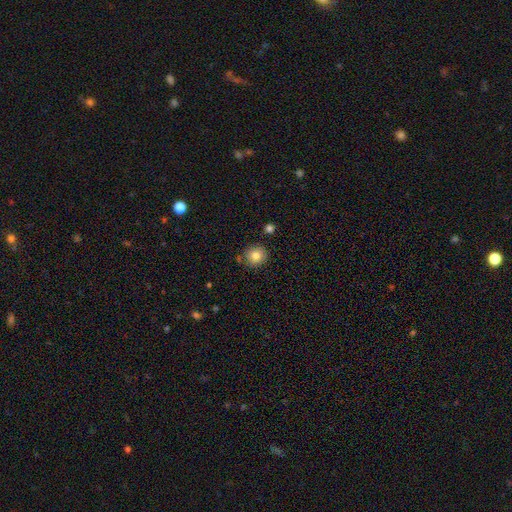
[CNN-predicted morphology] This is clearly a smooth galaxy (82%). How rounded: clearly round (90%). Merging: clearly none (83%).